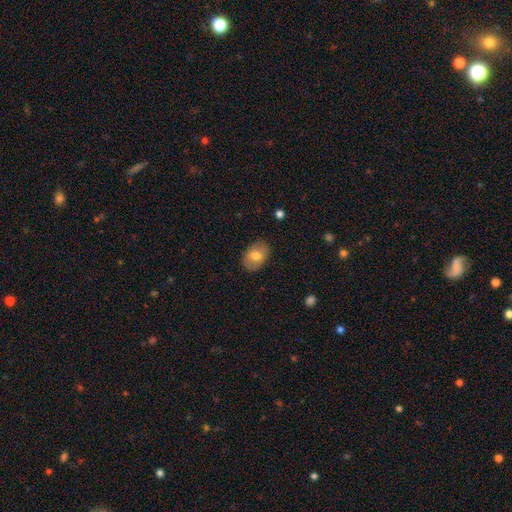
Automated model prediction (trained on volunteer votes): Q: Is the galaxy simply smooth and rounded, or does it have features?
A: smooth — 72%.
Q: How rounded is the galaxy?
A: in between — 81%.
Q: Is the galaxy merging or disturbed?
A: none — 83%.